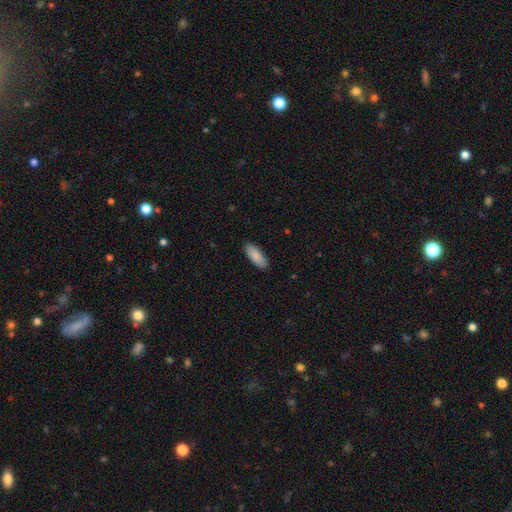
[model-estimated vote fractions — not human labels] Morphology: type=smooth (88%); roundness=in between (76%); merging=none (89%).